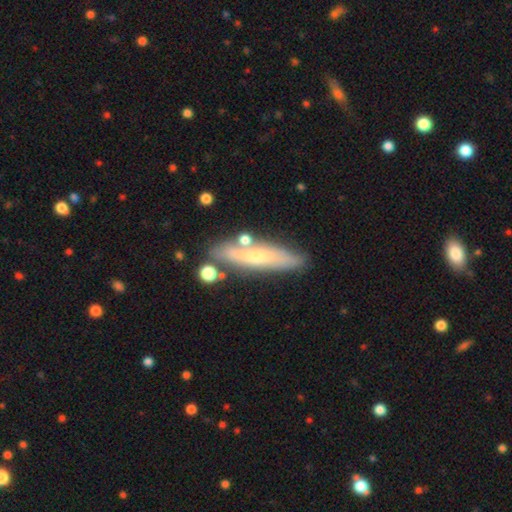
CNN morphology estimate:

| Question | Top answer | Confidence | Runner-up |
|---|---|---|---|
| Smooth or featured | smooth | 48% | featured or disk (45%) |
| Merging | none | 72% | minor disturbance (15%) |